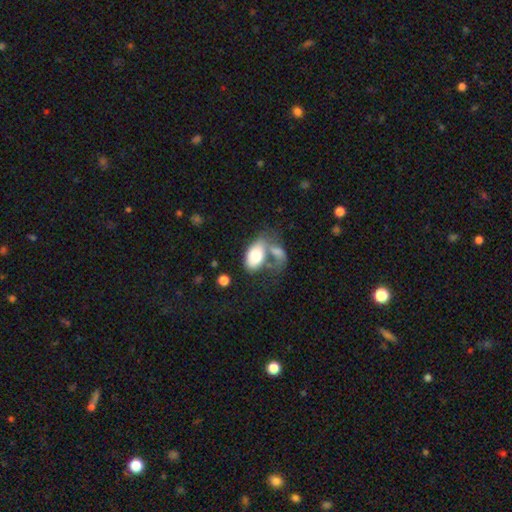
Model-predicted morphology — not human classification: Smooth or featured? Predicted: smooth (p=0.70). How rounded? Predicted: in between (p=0.92). Merging? Predicted: merger (p=0.48).